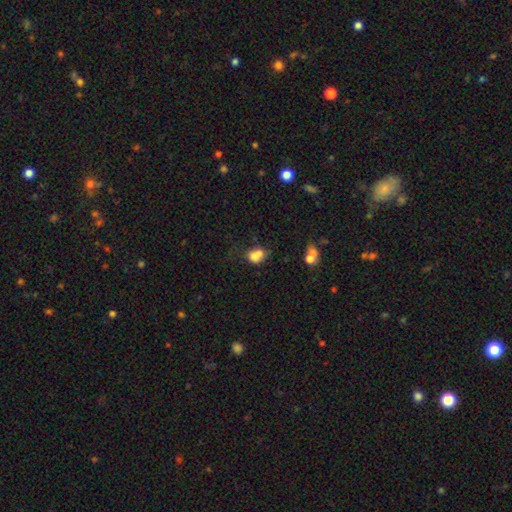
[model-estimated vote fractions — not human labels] The model was most divided on "how rounded": round: 51%, in between: 48%, cigar-shaped: 1%. More confident: smooth or featured — smooth (72%); merging — merger (51%).